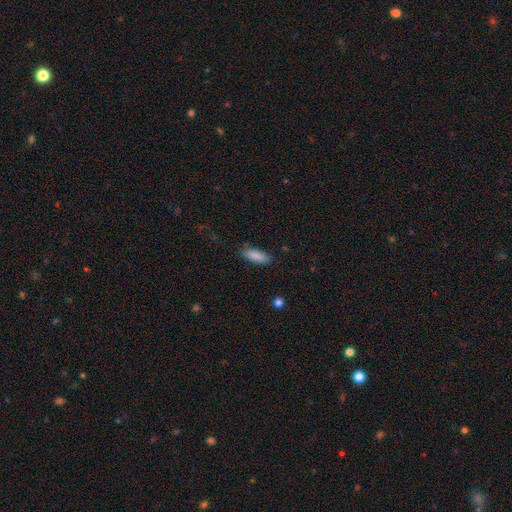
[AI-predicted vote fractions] A smooth galaxy with no disk features (88%) that is in between round and cigar-shaped (68%).

Vote fractions:
- Smooth or featured? smooth: 88% / star or artifact: 7% / featured or disk: 5%
- How rounded? in between: 68% / cigar-shaped: 30% / round: 2%
- Merging? none: 83% / minor disturbance: 13% / major disturbance: 3% / merger: 1%